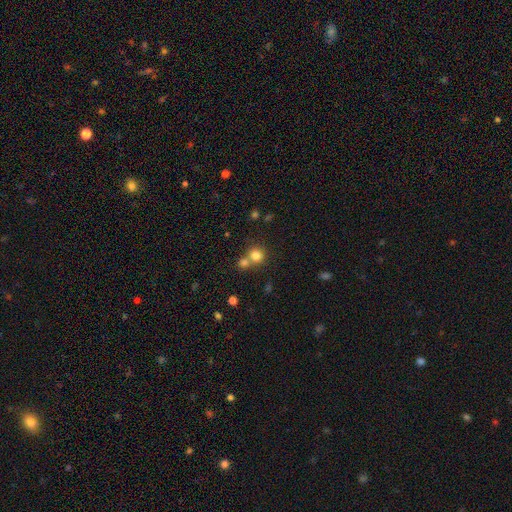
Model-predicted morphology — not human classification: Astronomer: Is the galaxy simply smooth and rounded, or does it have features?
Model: smooth — 79%.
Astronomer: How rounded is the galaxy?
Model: round — 90%.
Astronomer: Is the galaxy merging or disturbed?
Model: none — 53% (runner-up: merger, 38%).